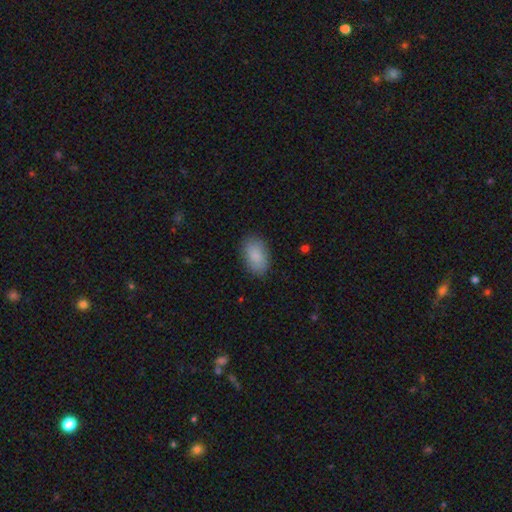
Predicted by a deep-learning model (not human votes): smooth 89%, star or artifact 6%, featured or disk 5%. Down the decision tree: how rounded — in between (92%); merging — none (86%).